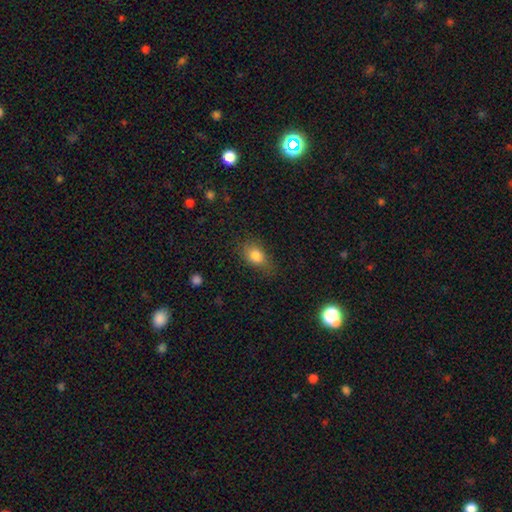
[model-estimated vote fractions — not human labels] smooth-or-featured: smooth: 83% | star or artifact: 9% | featured or disk: 8%
  how-rounded: in between: 77% | round: 19% | cigar-shaped: 3%
  merging: none: 66% | minor disturbance: 24% | major disturbance: 8% | merger: 2%